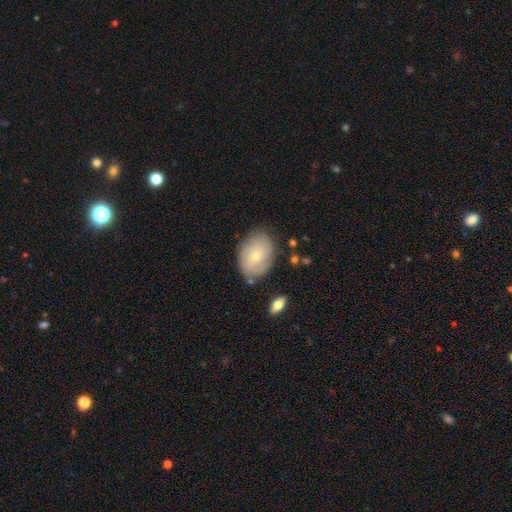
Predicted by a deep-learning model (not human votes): A smooth galaxy with no disk features (47%).

Vote fractions:
- Smooth or featured? smooth: 47% / featured or disk: 45% / star or artifact: 8%
- Merging? none: 75% / minor disturbance: 18% / major disturbance: 4% / merger: 3%